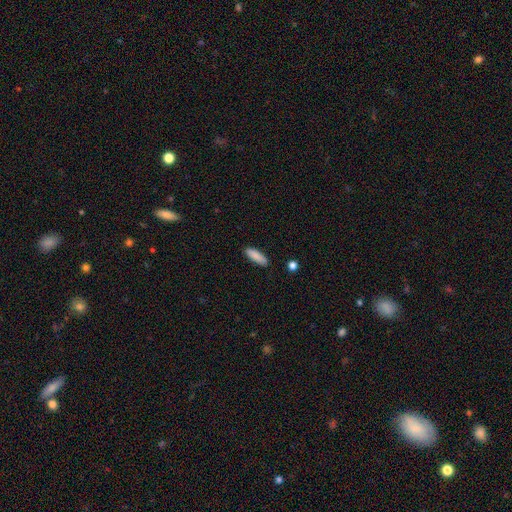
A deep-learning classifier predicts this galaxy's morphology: Smooth or featured: smooth — 88% (star or artifact — 6%)
How rounded: cigar-shaped — 52% (in between — 46%)
Merging: none — 87% (minor disturbance — 9%)